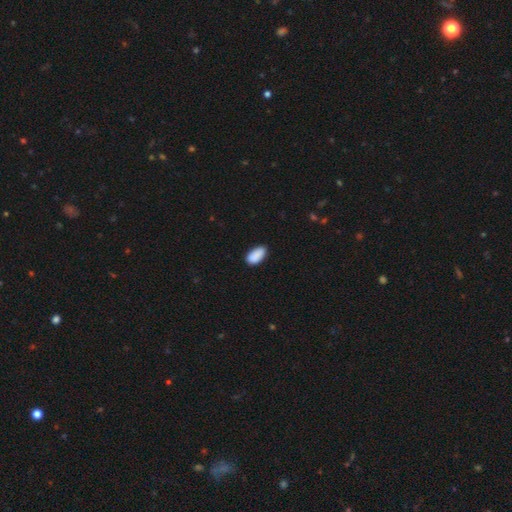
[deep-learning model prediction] smooth 89%, star or artifact 7%, featured or disk 4%. Down the decision tree: how rounded — in between (93%); merging — none (80%).